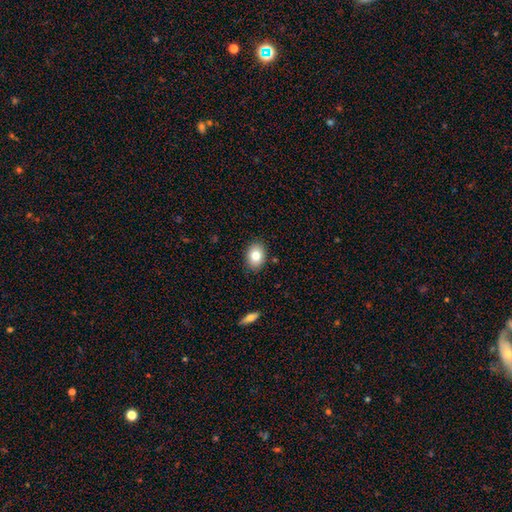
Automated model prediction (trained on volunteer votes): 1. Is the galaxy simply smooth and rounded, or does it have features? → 80% smooth, 11% featured or disk, 9% star or artifact.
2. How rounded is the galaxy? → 69% in between, 30% round, 1% cigar-shaped.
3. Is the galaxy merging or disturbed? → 87% none, 10% minor disturbance, 2% major disturbance, 2% merger.